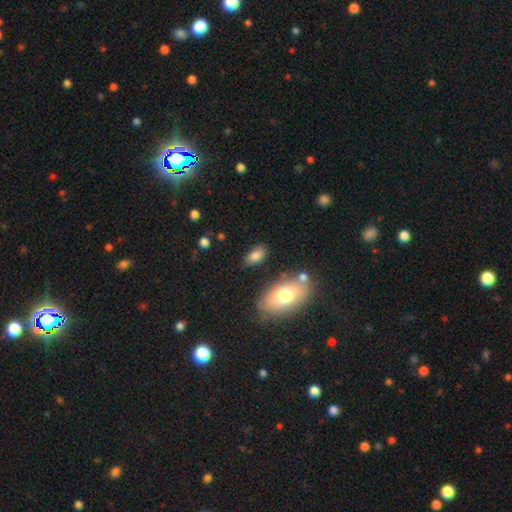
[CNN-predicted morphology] A smooth galaxy with no disk features (81%) that is in between round and cigar-shaped (91%).

Vote fractions:
- Smooth or featured? smooth: 81% / featured or disk: 10% / star or artifact: 9%
- How rounded? in between: 91% / round: 5% / cigar-shaped: 4%
- Merging? none: 76% / minor disturbance: 15% / merger: 4% / major disturbance: 4%